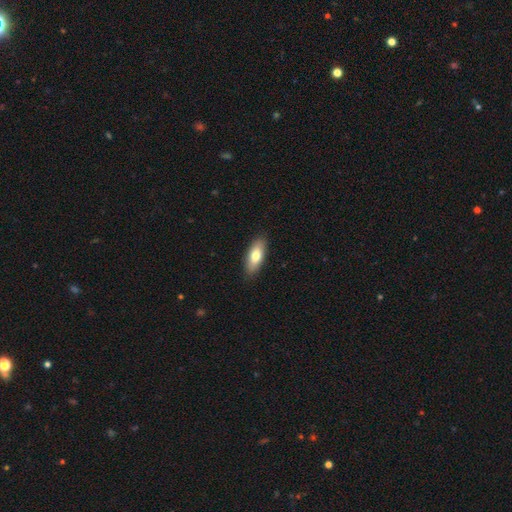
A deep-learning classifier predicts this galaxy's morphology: smooth-or-featured: smooth: 75% | featured or disk: 19% | star or artifact: 6%
  how-rounded: in between: 72% | cigar-shaped: 25% | round: 2%
  merging: none: 88% | minor disturbance: 9% | major disturbance: 2% | merger: 1%